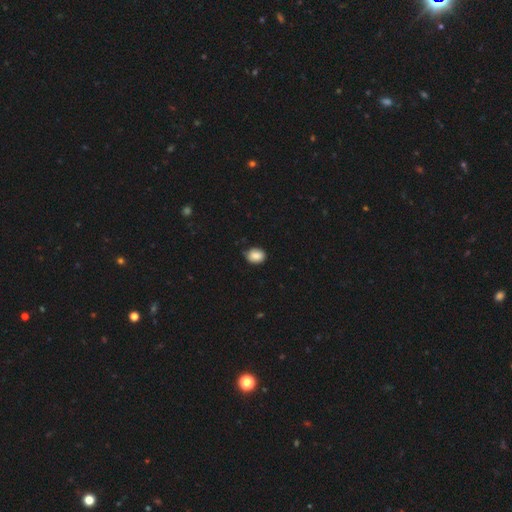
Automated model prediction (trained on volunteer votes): smooth-or-featured: smooth: 87% | star or artifact: 8% | featured or disk: 5%
  how-rounded: in between: 54% | round: 45% | cigar-shaped: 1%
  merging: none: 80% | minor disturbance: 16% | major disturbance: 2% | merger: 1%